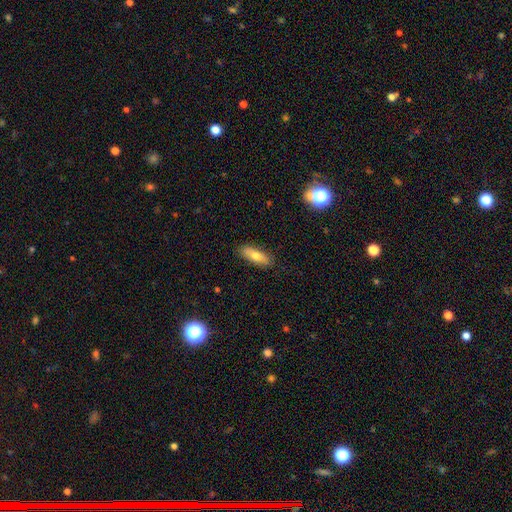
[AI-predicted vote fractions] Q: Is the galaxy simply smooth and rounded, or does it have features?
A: smooth — 71%.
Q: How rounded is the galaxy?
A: in between — 63%.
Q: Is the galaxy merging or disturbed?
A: none — 86%.